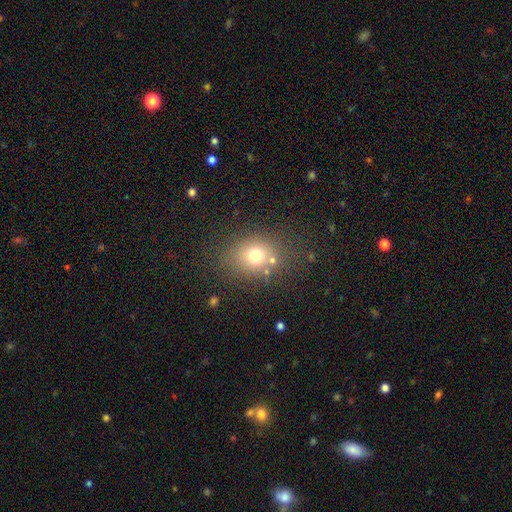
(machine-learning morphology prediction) Overall: smooth (70%). How rounded: round (59%; in between 40%). Merging: none (71%).